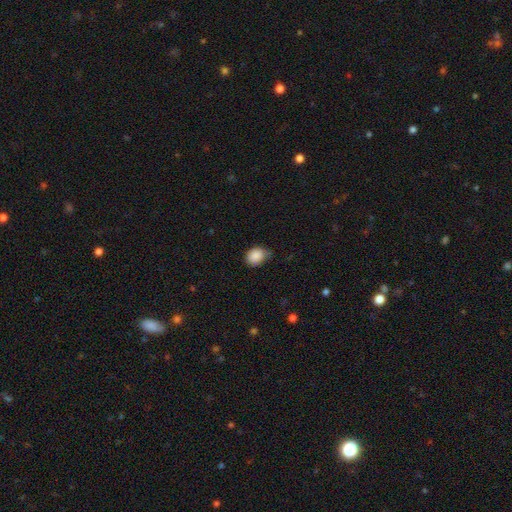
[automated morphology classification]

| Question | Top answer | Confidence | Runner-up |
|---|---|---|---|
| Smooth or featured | smooth | 88% | star or artifact (8%) |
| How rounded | in between | 51% | round (48%) |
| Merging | none | 55% | minor disturbance (37%) |